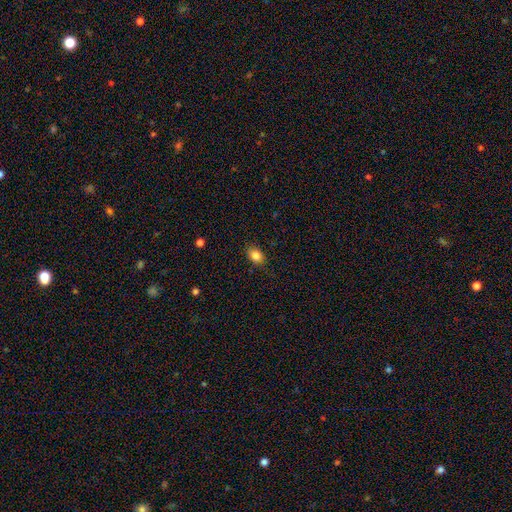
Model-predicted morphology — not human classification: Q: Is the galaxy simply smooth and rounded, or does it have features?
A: smooth — 85%.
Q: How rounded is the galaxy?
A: in between — 72%.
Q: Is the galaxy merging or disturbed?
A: none — 85%.